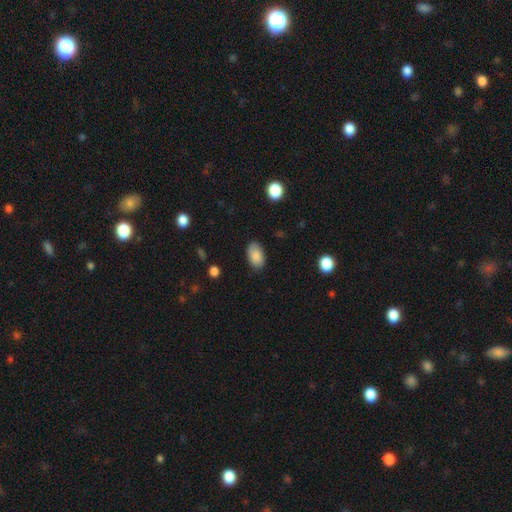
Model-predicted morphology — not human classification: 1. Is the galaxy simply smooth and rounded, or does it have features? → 87% smooth, 7% star or artifact, 6% featured or disk.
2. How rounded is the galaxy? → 93% in between, 6% round, 1% cigar-shaped.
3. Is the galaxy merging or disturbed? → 82% none, 14% minor disturbance, 3% major disturbance, 1% merger.